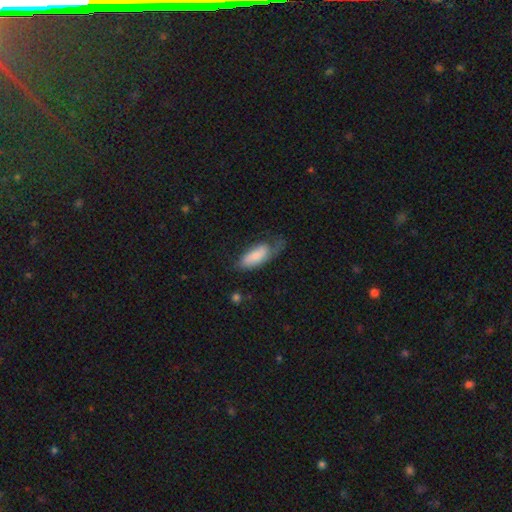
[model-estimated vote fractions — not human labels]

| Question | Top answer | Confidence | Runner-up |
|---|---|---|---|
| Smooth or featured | smooth | 68% | featured or disk (26%) |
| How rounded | in between | 83% | cigar-shaped (14%) |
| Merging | none | 35% | major disturbance (32%) |